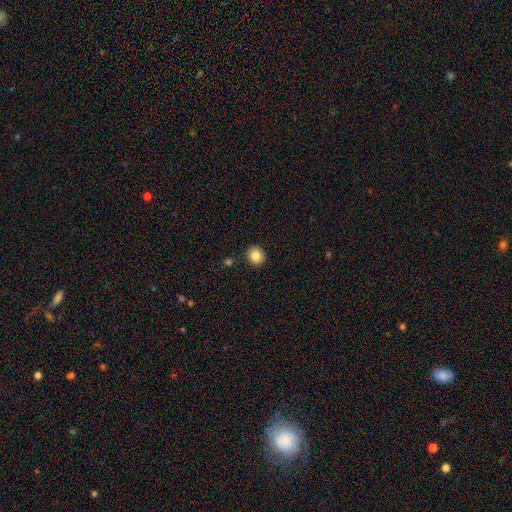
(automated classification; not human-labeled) Smooth or featured?
  - smooth: 85% *
  - star or artifact: 9%
  - featured or disk: 5%
How rounded?
  - round: 89% *
  - in between: 10%
  - cigar-shaped: 1%
Merging?
  - none: 91% *
  - minor disturbance: 6%
  - merger: 2%
  - major disturbance: 2%